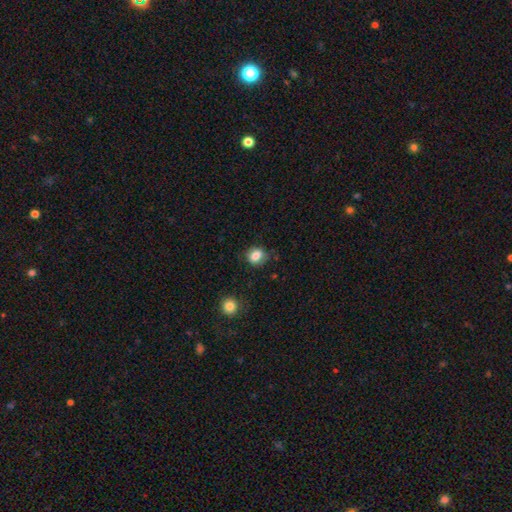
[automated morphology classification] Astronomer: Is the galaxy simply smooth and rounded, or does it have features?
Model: smooth — 83%.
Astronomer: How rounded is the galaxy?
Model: round — 59% (runner-up: in between, 40%).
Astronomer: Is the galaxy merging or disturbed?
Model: none — 77%.